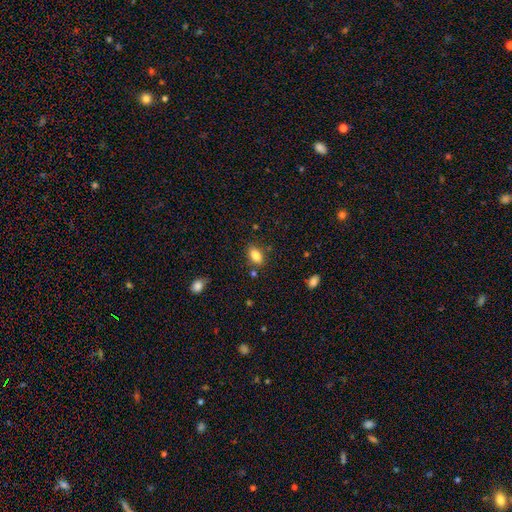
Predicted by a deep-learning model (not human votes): Morphology: type=smooth (85%); roundness=in between (89%); merging=none (80%).